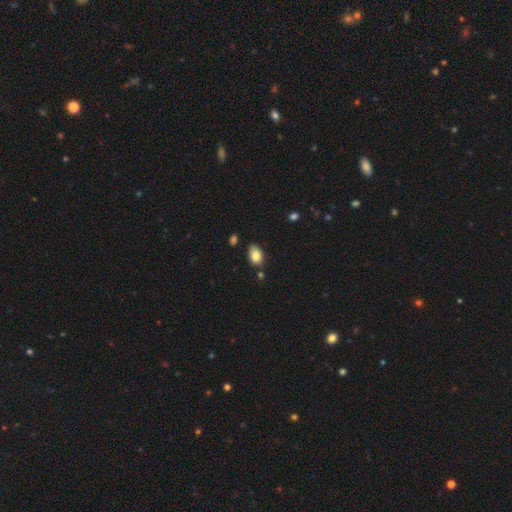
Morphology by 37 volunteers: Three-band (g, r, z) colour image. It shows a smooth galaxy with no disk features (95%) that is in between round and cigar-shaped (83%). Merging: none (59%).